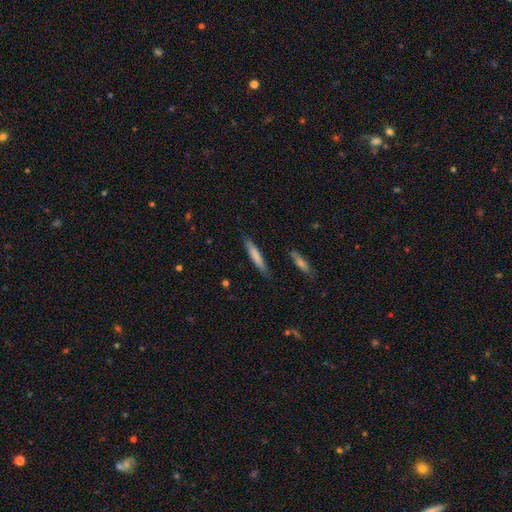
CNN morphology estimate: Smooth or featured?
  - smooth: 73% *
  - featured or disk: 22%
  - star or artifact: 5%
How rounded?
  - cigar-shaped: 91% *
  - in between: 8%
  - round: 1%
Merging?
  - none: 85% *
  - minor disturbance: 11%
  - merger: 2%
  - major disturbance: 2%